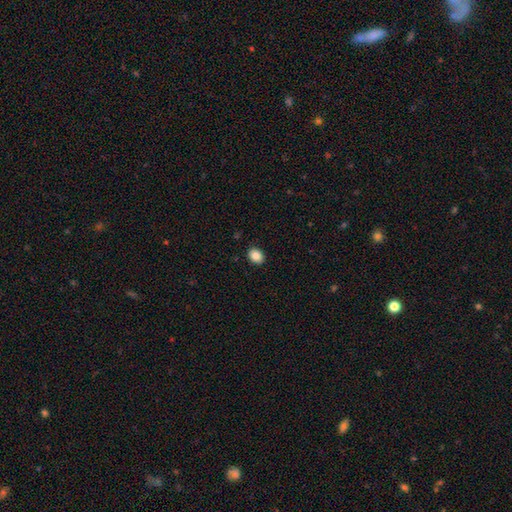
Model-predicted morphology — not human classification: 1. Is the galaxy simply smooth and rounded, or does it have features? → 87% smooth, 9% star or artifact, 4% featured or disk.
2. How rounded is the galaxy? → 55% in between, 44% round, 1% cigar-shaped.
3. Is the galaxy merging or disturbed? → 91% none, 7% minor disturbance, 2% major disturbance, 1% merger.